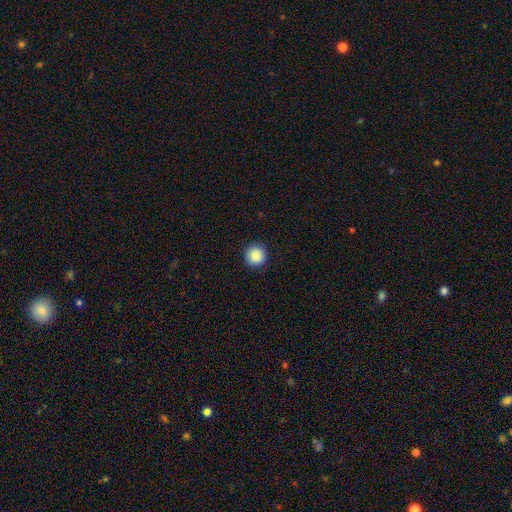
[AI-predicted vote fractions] A smooth galaxy with no disk features (88%) that is round (96%).

Vote fractions:
- Smooth or featured? smooth: 88% / star or artifact: 9% / featured or disk: 3%
- How rounded? round: 96% / in between: 3% / cigar-shaped: 1%
- Merging? none: 92% / minor disturbance: 5% / major disturbance: 2% / merger: 1%